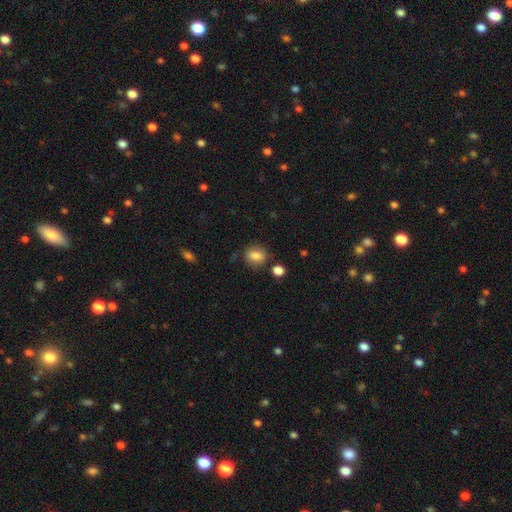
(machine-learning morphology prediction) Smooth or featured? Predicted: smooth (p=0.82). How rounded? Predicted: in between (p=0.51). Merging? Predicted: none (p=0.75).